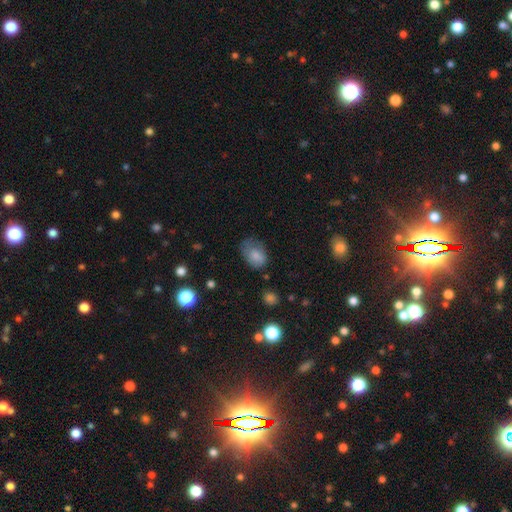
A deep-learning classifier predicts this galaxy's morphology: A smooth galaxy with no disk features (78%) that is in between round and cigar-shaped (80%).

Vote fractions:
- Smooth or featured? smooth: 78% / featured or disk: 12% / star or artifact: 10%
- How rounded? in between: 80% / round: 19% / cigar-shaped: 1%
- Merging? none: 51% / minor disturbance: 31% / major disturbance: 16% / merger: 2%